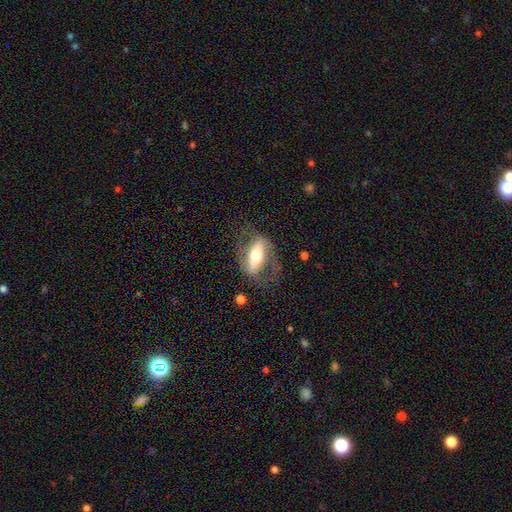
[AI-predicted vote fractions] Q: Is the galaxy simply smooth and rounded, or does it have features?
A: featured or disk — 60%.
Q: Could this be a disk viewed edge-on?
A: no — 76%.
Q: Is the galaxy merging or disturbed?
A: none — 61%.